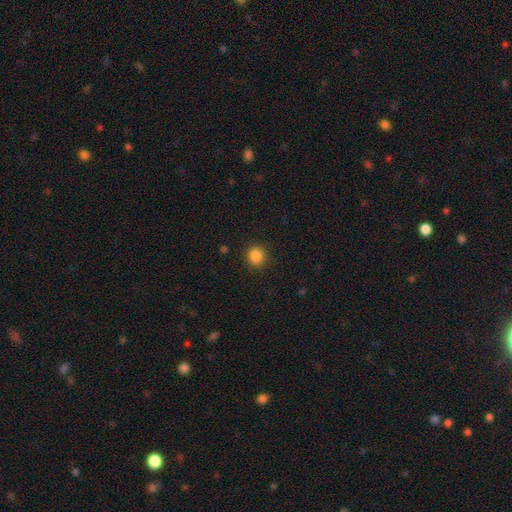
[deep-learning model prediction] Q: Smooth or featured?
A: smooth (86%); runner-up: star or artifact (11%)
Q: How rounded?
A: round (88%); runner-up: in between (11%)
Q: Merging?
A: none (90%); runner-up: minor disturbance (7%)